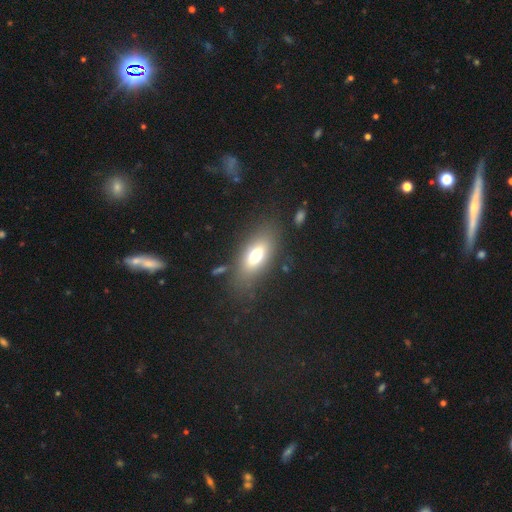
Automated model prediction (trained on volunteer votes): The model was most divided on "smooth or featured": smooth: 69%, featured or disk: 22%, star or artifact: 9%. More confident: how rounded — in between (82%); merging — none (78%).